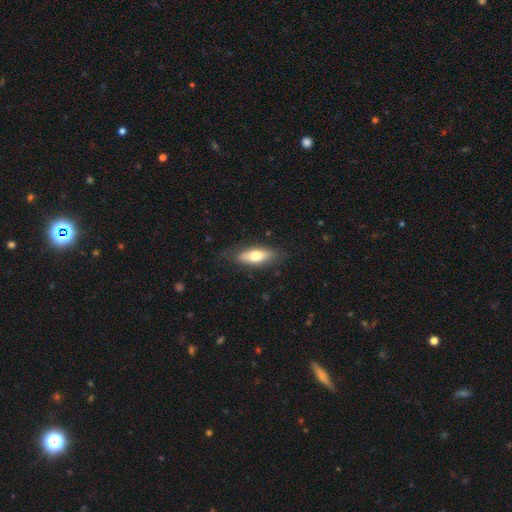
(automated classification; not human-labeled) Overall: smooth (65%; featured or disk 29%). How rounded: in between (63%; cigar-shaped 34%). Merging: none (82%).